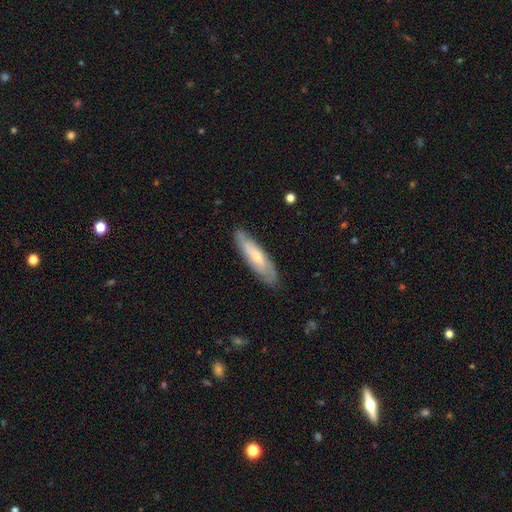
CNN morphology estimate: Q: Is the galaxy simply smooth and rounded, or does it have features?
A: smooth — 53%.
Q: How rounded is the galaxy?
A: cigar-shaped — 71%.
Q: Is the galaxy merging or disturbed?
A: none — 81%.